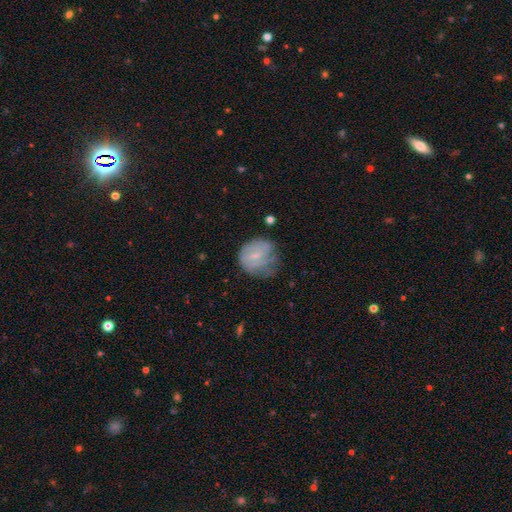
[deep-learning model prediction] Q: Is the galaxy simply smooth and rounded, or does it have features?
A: smooth — 52%.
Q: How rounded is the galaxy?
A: round — 72%.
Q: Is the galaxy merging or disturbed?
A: none — 42%.